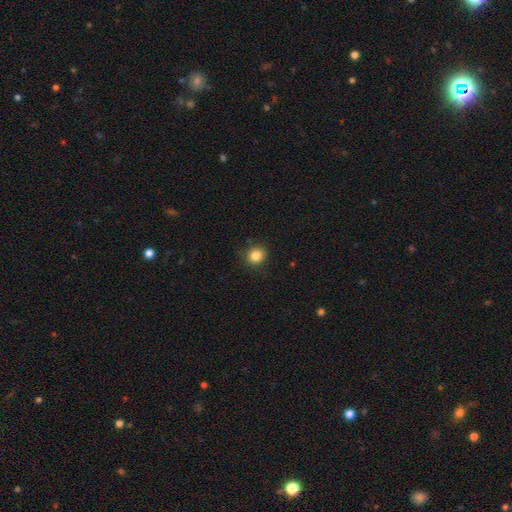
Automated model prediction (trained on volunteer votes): Smooth or featured? smooth (84%)
How rounded? round (85%)
Merging? none (87%)